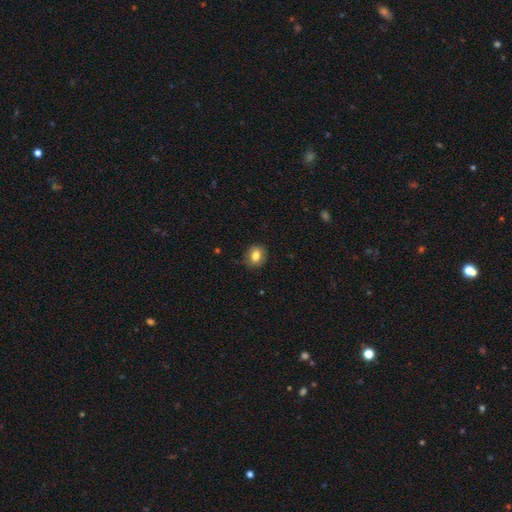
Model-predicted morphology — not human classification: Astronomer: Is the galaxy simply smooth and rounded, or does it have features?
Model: smooth — 80%.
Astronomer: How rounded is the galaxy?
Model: round — 59% (runner-up: in between, 40%).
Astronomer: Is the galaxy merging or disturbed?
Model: none — 83%.